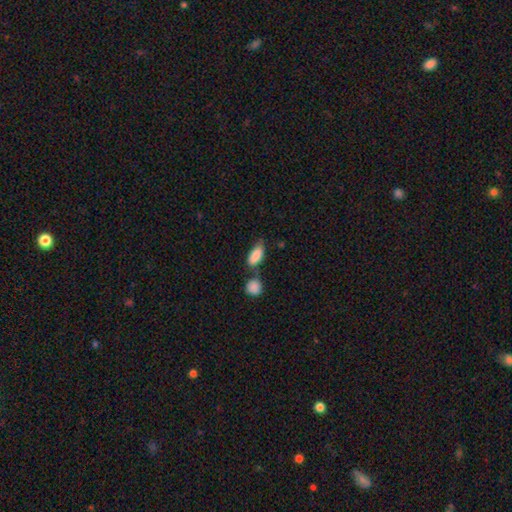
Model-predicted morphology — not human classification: A smooth galaxy with no disk features (84%) that is in between round and cigar-shaped (84%). Merging: none (46%).